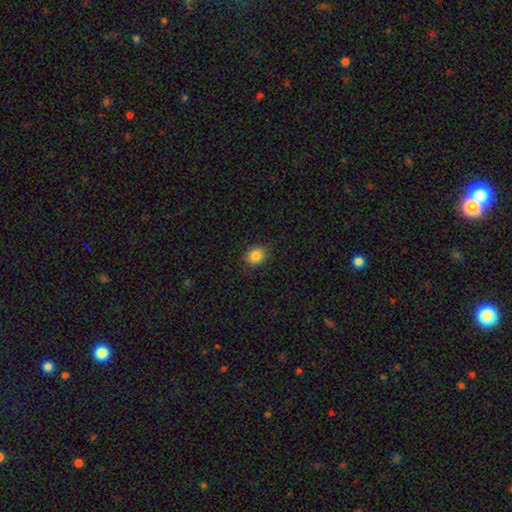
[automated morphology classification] This is clearly a smooth galaxy (84%). How rounded: likely round (66%). Merging: clearly none (88%).